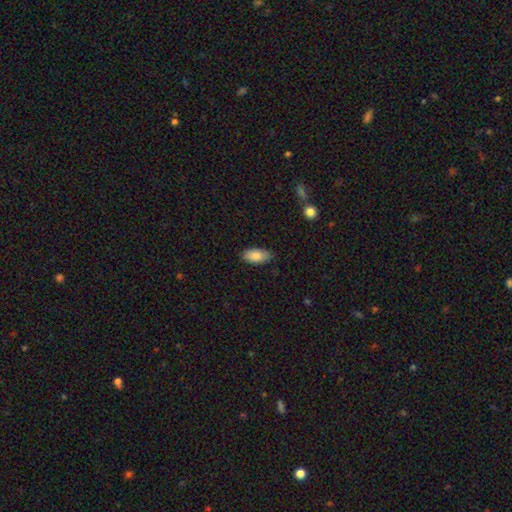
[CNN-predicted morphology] This appears to be a smooth galaxy with no disk features (84%) that is in between round and cigar-shaped (93%). Merging: none (85%).